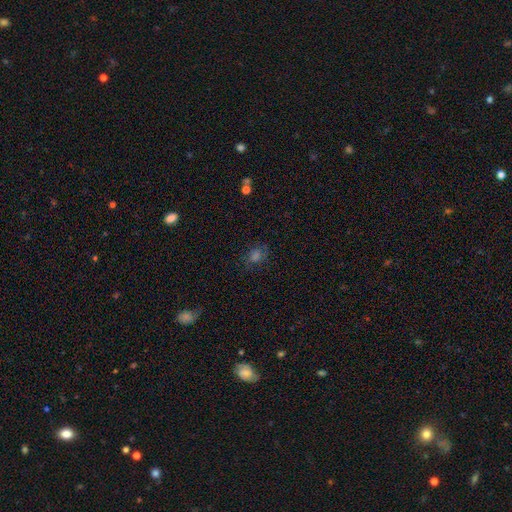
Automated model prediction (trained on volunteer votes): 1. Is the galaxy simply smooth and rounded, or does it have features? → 46% smooth, 32% star or artifact, 22% featured or disk.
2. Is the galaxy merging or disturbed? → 70% none, 17% minor disturbance, 10% major disturbance, 2% merger.